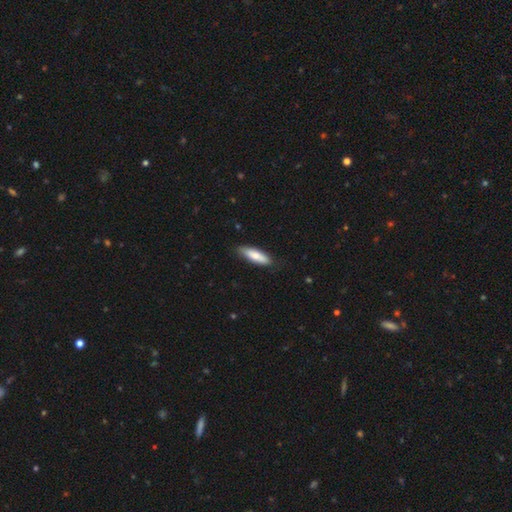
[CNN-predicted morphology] Overall: smooth (75%). How rounded: cigar-shaped (54%; in between 44%). Merging: none (82%).